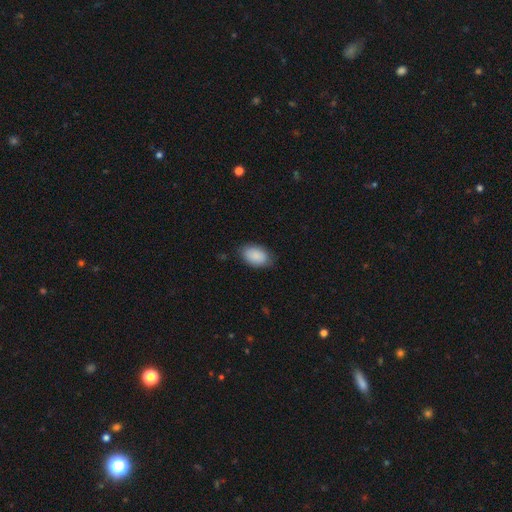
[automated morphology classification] This is clearly a smooth galaxy (89%). How rounded: clearly in between (91%). Merging: clearly none (81%).